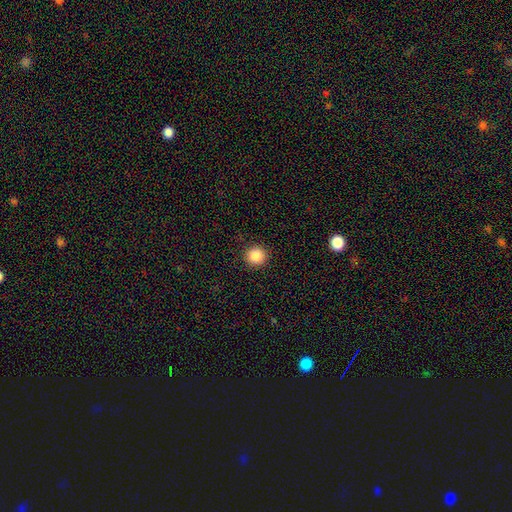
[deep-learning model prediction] This appears to be a smooth galaxy with no disk features (87%) that is round (94%). Merging: none (92%).